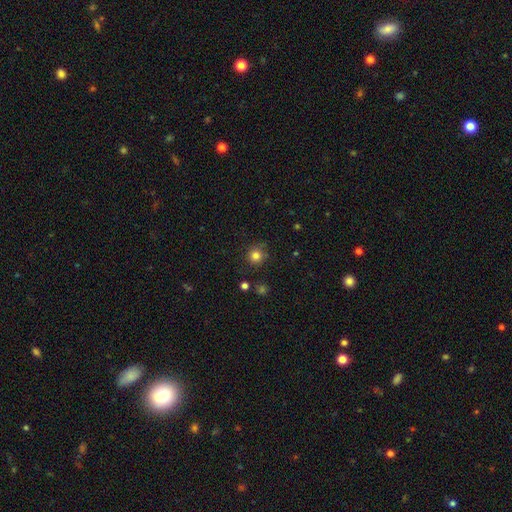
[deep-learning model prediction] Smooth or featured? smooth (81%)
How rounded? round (93%)
Merging? none (81%)